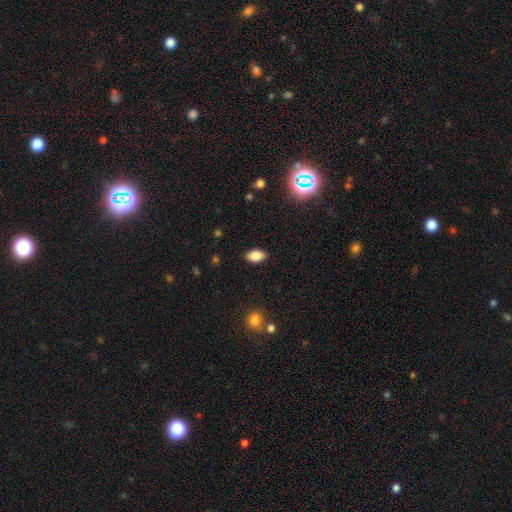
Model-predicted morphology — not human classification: A smooth galaxy with no disk features (85%) that is in between round and cigar-shaped (92%).

Vote fractions:
- Smooth or featured? smooth: 85% / star or artifact: 9% / featured or disk: 6%
- How rounded? in between: 92% / round: 6% / cigar-shaped: 3%
- Merging? none: 88% / minor disturbance: 9% / major disturbance: 2% / merger: 1%